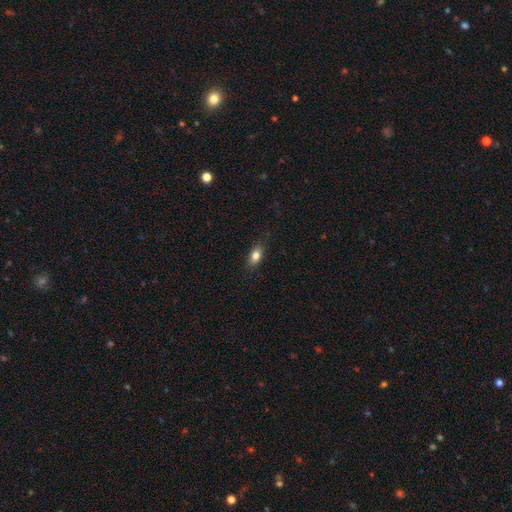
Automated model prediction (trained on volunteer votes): smooth_or_featured: smooth (p=0.81) [alt: featured or disk p=0.10]
how_rounded: in between (p=0.83) [alt: round p=0.09]
merging: none (p=0.84) [alt: minor disturbance p=0.12]